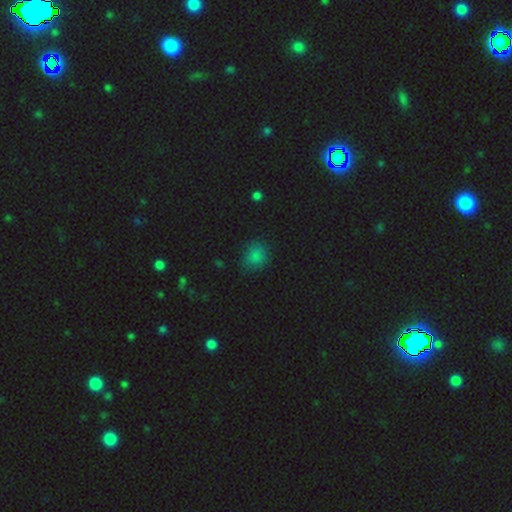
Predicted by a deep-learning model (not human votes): This appears to be a smooth galaxy with no disk features (77%) that is round (65%). Merging: none (73%).